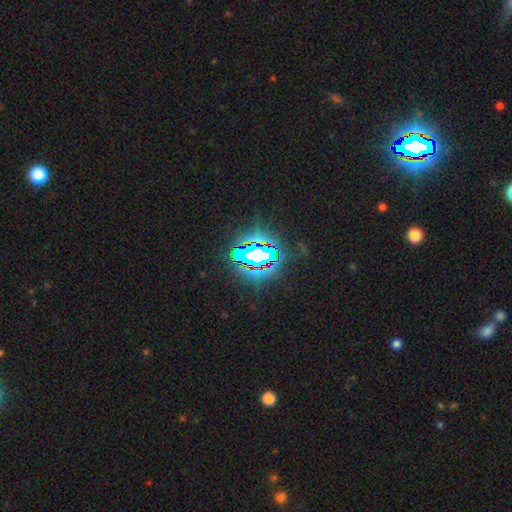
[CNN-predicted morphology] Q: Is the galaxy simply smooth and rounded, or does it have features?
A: star or artifact — 71%.